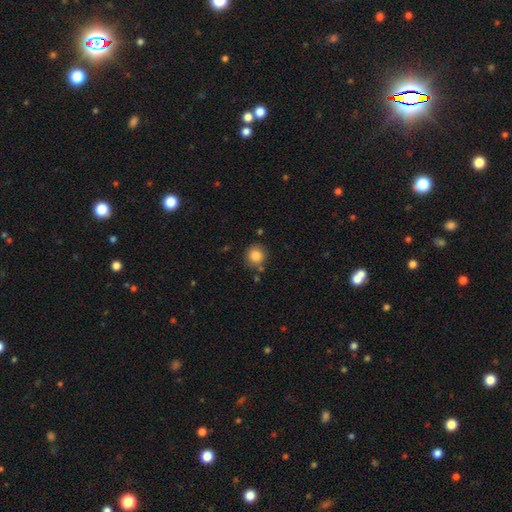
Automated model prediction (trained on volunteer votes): Smooth or featured?
  - smooth: 86% *
  - star or artifact: 10%
  - featured or disk: 5%
How rounded?
  - round: 91% *
  - in between: 8%
  - cigar-shaped: 1%
Merging?
  - none: 79% *
  - minor disturbance: 12%
  - merger: 5%
  - major disturbance: 3%